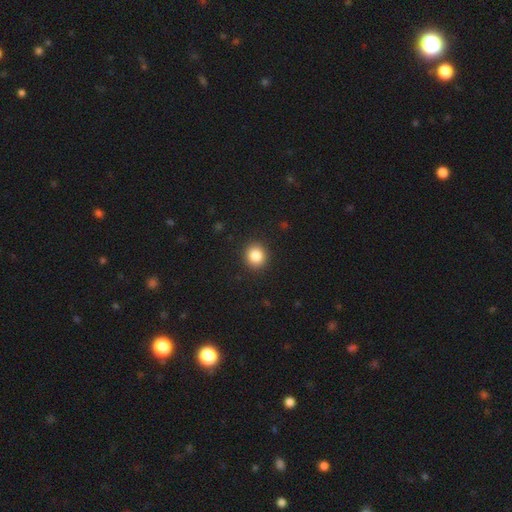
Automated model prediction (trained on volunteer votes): Q: Smooth or featured?
A: smooth (84%); runner-up: star or artifact (10%)
Q: How rounded?
A: round (86%); runner-up: in between (13%)
Q: Merging?
A: none (92%); runner-up: minor disturbance (5%)